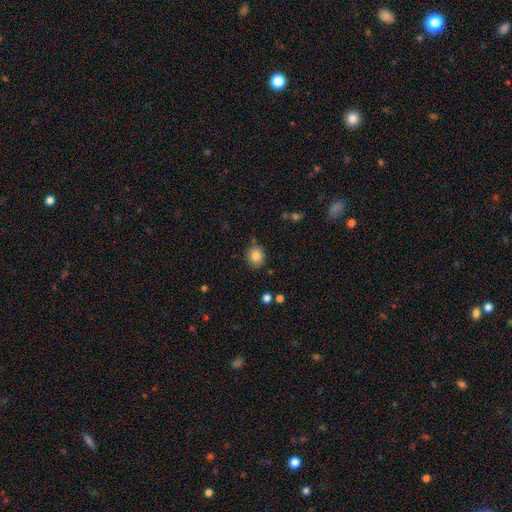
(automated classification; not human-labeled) Morphology: type=smooth (84%); roundness=round (74%); merging=none (80%).